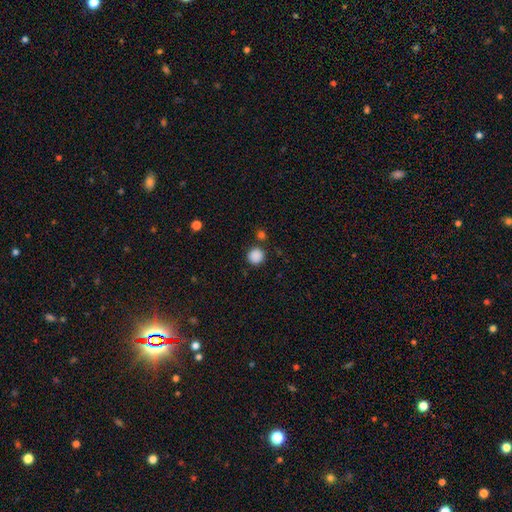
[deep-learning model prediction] Morphology: type=smooth (87%); roundness=round (94%); merging=none (82%).